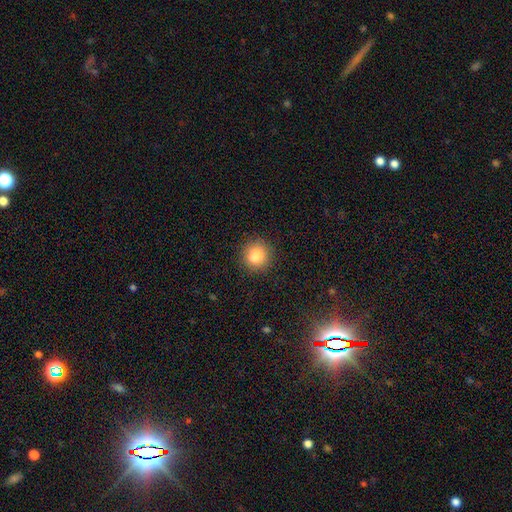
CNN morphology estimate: Smooth or featured? smooth (86%)
How rounded? round (89%)
Merging? none (88%)